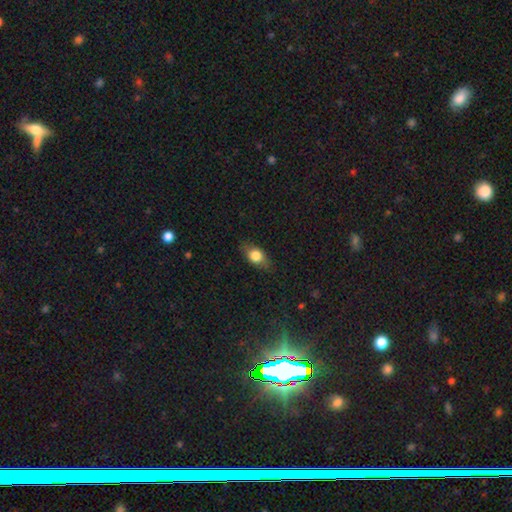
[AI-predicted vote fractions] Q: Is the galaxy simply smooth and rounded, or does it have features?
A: smooth — 74%.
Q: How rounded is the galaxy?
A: in between — 76%.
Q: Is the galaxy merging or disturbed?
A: none — 80%.